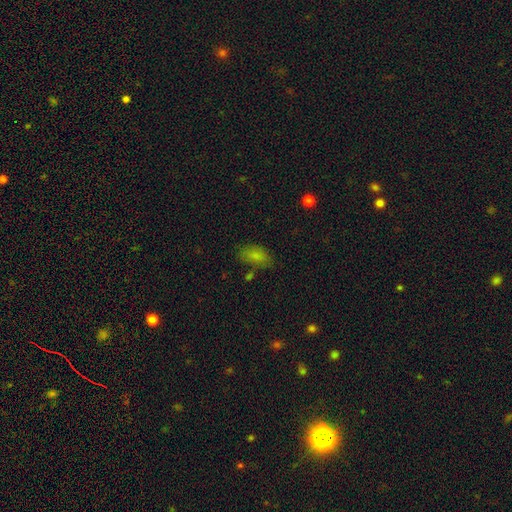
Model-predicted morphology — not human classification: type=smooth (80%); roundness=in between (91%); merging=none (65%).